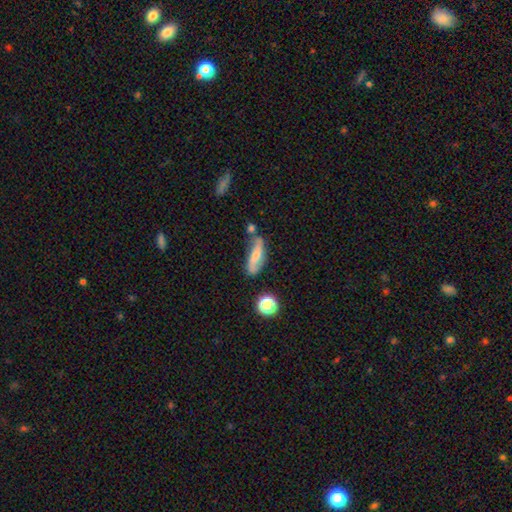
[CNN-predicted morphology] Q: Smooth or featured?
A: smooth (49%); runner-up: featured or disk (42%)
Q: Merging?
A: none (50%); runner-up: minor disturbance (26%)